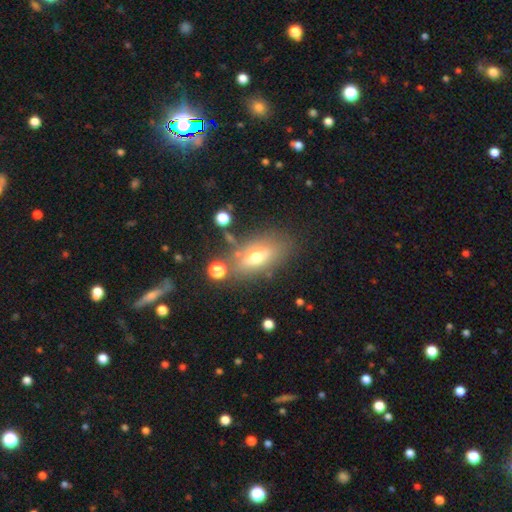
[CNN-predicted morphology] smooth-or-featured: smooth: 59% | featured or disk: 30% | star or artifact: 12%
  how-rounded: in between: 78% | cigar-shaped: 15% | round: 8%
  merging: none: 72% | minor disturbance: 14% | merger: 7% | major disturbance: 7%